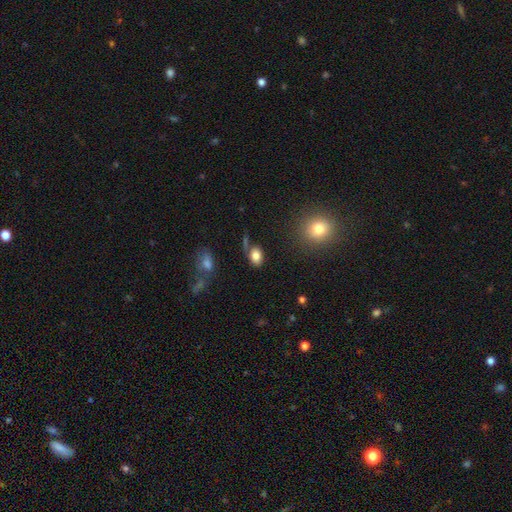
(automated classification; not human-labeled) A smooth galaxy with no disk features (81%) that is in between round and cigar-shaped (80%).

Vote fractions:
- Smooth or featured? smooth: 81% / star or artifact: 10% / featured or disk: 9%
- How rounded? in between: 80% / round: 18% / cigar-shaped: 2%
- Merging? none: 65% / minor disturbance: 17% / merger: 10% / major disturbance: 8%